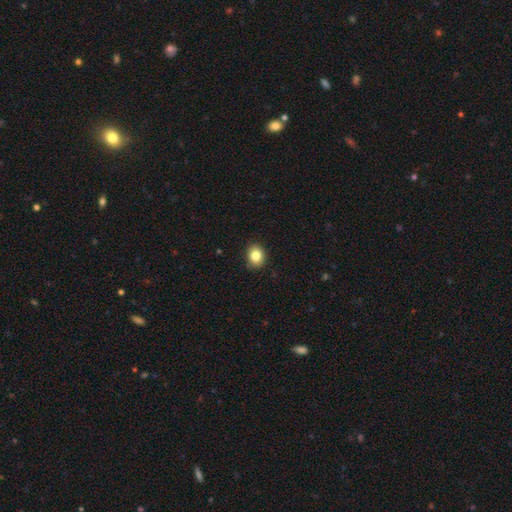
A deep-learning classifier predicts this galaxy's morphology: Smooth or featured: smooth — 84% (star or artifact — 10%)
How rounded: round — 60% (in between — 39%)
Merging: none — 90% (minor disturbance — 7%)